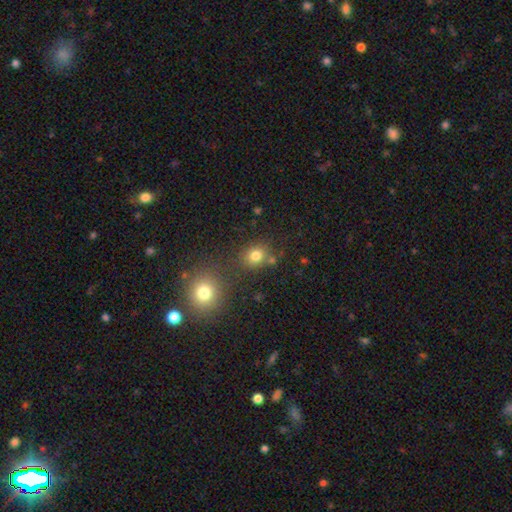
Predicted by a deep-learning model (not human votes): A smooth galaxy with no disk features (77%) that is round (68%).

Vote fractions:
- Smooth or featured? smooth: 77% / star or artifact: 16% / featured or disk: 8%
- How rounded? round: 68% / in between: 31% / cigar-shaped: 1%
- Merging? none: 72% / merger: 14% / minor disturbance: 10% / major disturbance: 4%